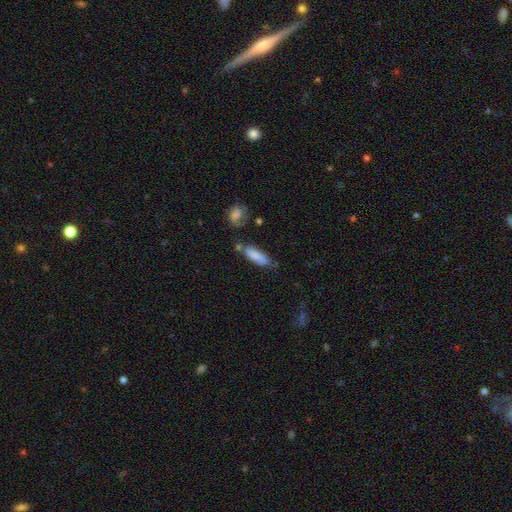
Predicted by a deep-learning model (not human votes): Q: Smooth or featured?
A: smooth (79%); runner-up: featured or disk (14%)
Q: How rounded?
A: in between (56%); runner-up: cigar-shaped (42%)
Q: Merging?
A: none (56%); runner-up: minor disturbance (24%)